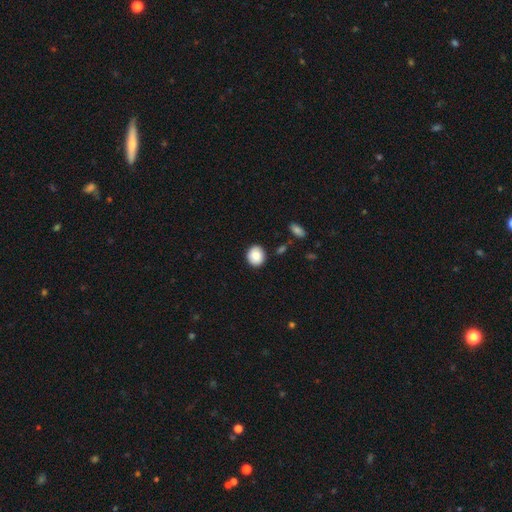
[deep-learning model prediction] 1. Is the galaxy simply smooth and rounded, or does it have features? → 87% smooth, 8% star or artifact, 5% featured or disk.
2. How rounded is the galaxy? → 78% round, 21% in between, 1% cigar-shaped.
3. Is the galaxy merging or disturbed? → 88% none, 8% minor disturbance, 2% major disturbance, 2% merger.